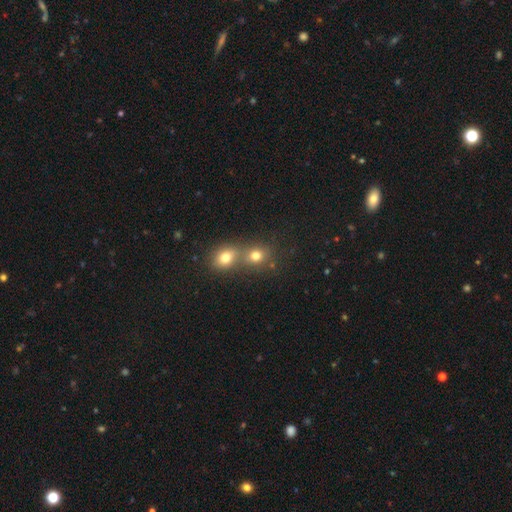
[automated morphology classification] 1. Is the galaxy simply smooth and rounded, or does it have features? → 75% smooth, 15% star or artifact, 10% featured or disk.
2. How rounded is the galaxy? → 76% round, 23% in between, 1% cigar-shaped.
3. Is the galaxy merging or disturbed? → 51% merger, 39% none, 6% minor disturbance, 3% major disturbance.